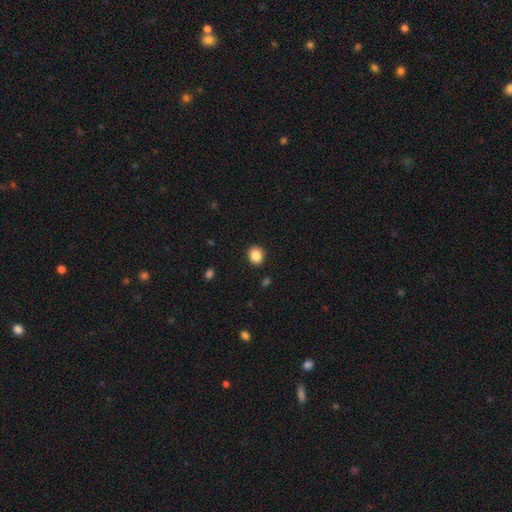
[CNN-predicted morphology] This is clearly a smooth galaxy (87%). How rounded: likely round (71%). Merging: clearly none (91%).